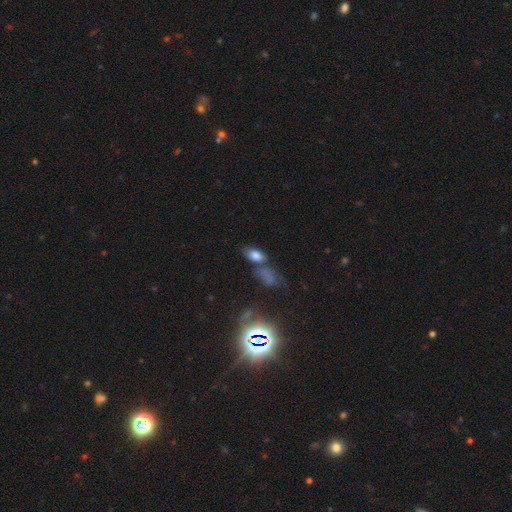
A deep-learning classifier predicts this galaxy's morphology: smooth_or_featured: smooth (p=0.75) [alt: star or artifact p=0.14]
how_rounded: in between (p=0.89) [alt: round p=0.07]
merging: none (p=0.50) [alt: merger p=0.25]